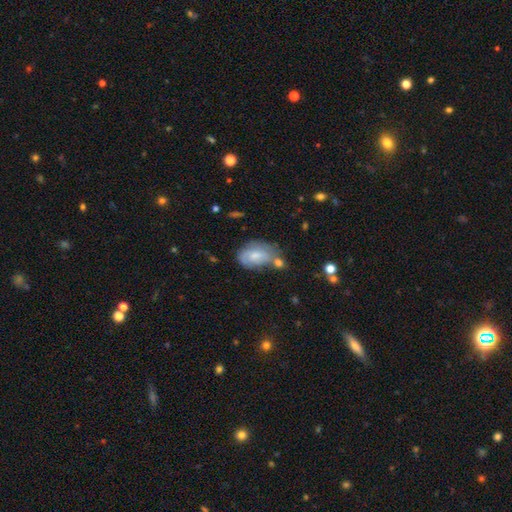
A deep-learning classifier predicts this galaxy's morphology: Q: Smooth or featured?
A: smooth (56%); runner-up: featured or disk (36%)
Q: How rounded?
A: in between (85%); runner-up: round (13%)
Q: Merging?
A: none (46%); runner-up: minor disturbance (27%)